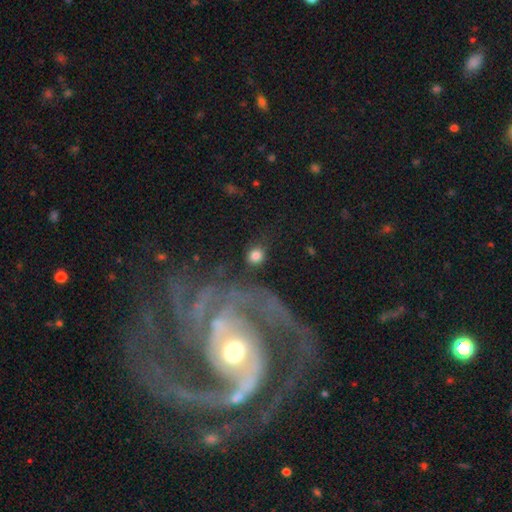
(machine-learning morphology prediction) Overall: smooth (80%). How rounded: round (84%). Merging: none (77%).